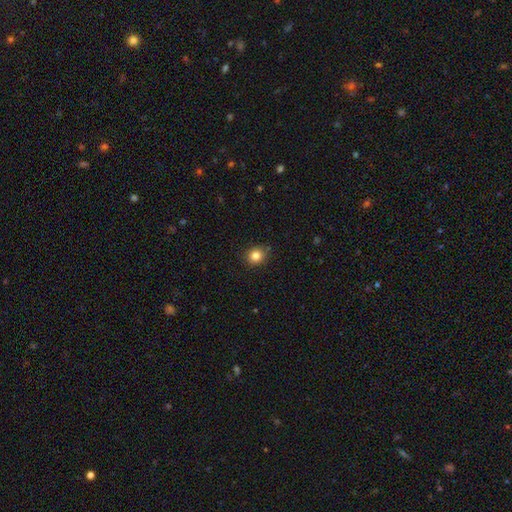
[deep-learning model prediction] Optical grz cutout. It shows a smooth galaxy with no disk features (83%) that is round (80%). Merging: none (86%).